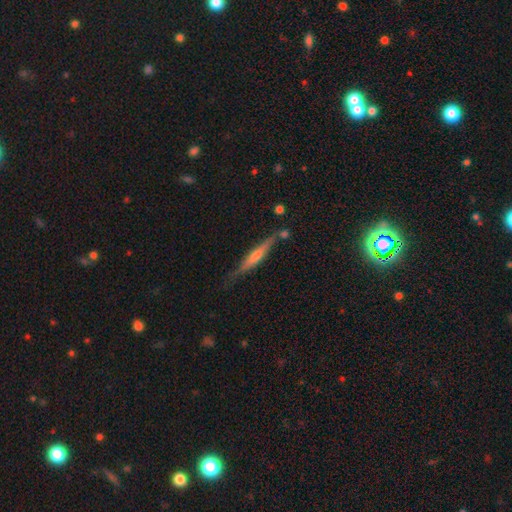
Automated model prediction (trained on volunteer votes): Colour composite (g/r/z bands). It shows a featured or disk galaxy (66%) viewed edge-on (95%) with a rounded central bulge (62%). Merging: none (76%).